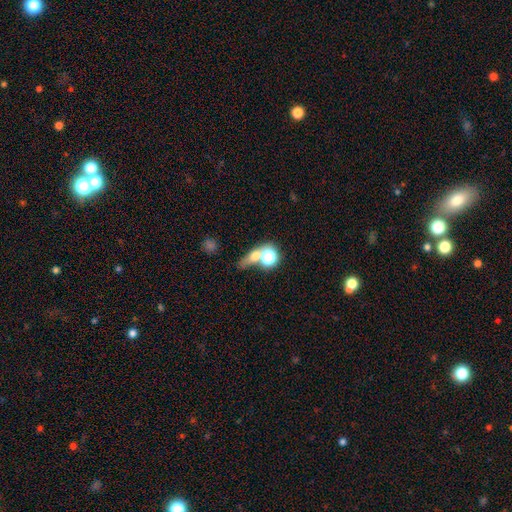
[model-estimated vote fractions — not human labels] Q: Smooth or featured?
A: smooth (58%); runner-up: star or artifact (22%)
Q: How rounded?
A: round (51%); runner-up: in between (34%)
Q: Merging?
A: none (43%); runner-up: merger (39%)